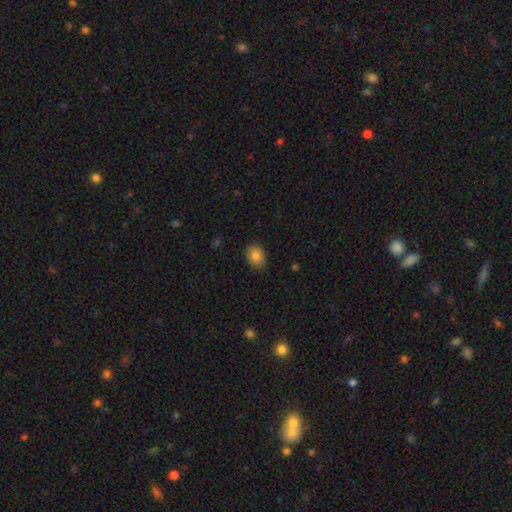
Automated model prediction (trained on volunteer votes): This appears to be a smooth galaxy with no disk features (84%) that is in between round and cigar-shaped (62%). Merging: none (83%).